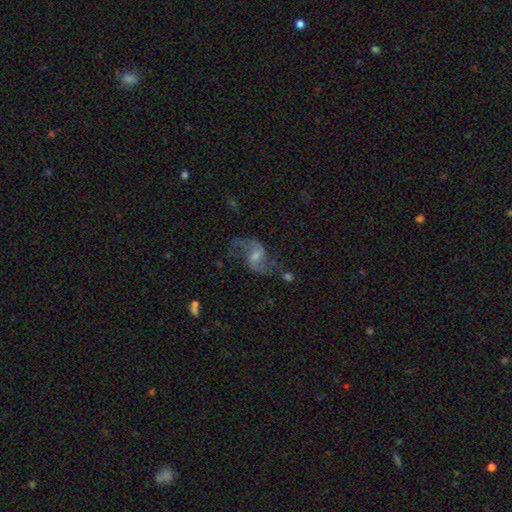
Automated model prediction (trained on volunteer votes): smooth-or-featured: featured or disk: 83% | star or artifact: 9% | smooth: 8%
  disk-edge-on: no: 97% | yes: 3%
    bar: weak: 56% | no: 25% | strong: 19%
    has-spiral-arms: yes: 95% | no: 5%
      spiral-winding: loose: 63% | medium: 31% | tight: 6%
      spiral-arm-count: 2: 91% | can't tell: 3% | 1: 3% | 3: 1% | 4: 1% | more than 4: 1%
    bulge-size: small: 43% | moderate: 38% | none: 13% | large: 5% | dominant: 1%
  merging: none: 69% | minor disturbance: 15% | major disturbance: 12% | merger: 4%